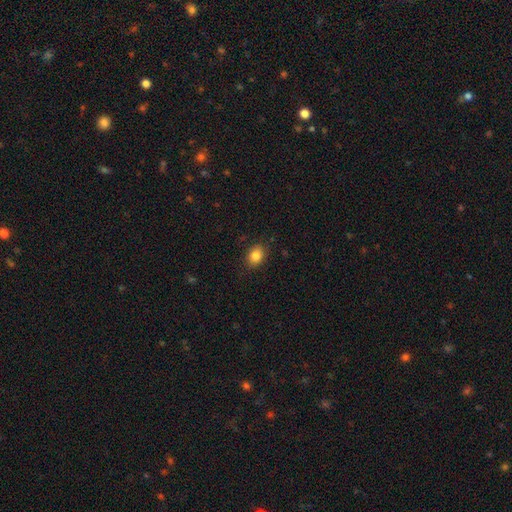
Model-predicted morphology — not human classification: smooth 85%, star or artifact 9%, featured or disk 6%. Down the decision tree: how rounded — in between (61%); merging — none (86%).